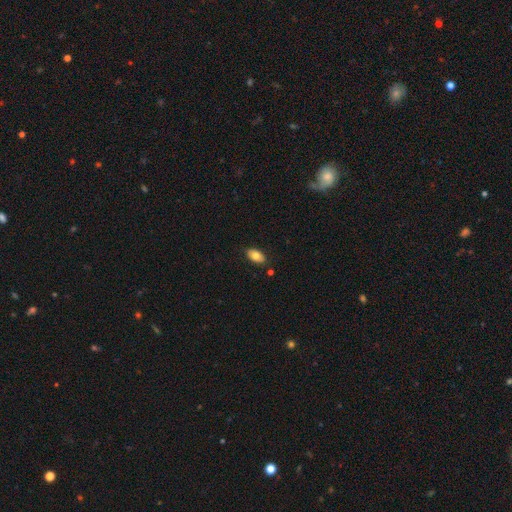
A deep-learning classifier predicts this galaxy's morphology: Smooth or featured? Predicted: smooth (p=0.77). How rounded? Predicted: in between (p=0.93). Merging? Predicted: none (p=0.84).